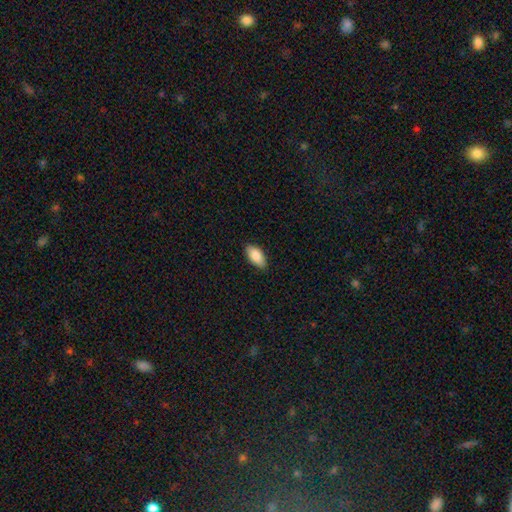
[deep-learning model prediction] A smooth galaxy with no disk features (88%) that is in between round and cigar-shaped (93%). Merging: none (87%).